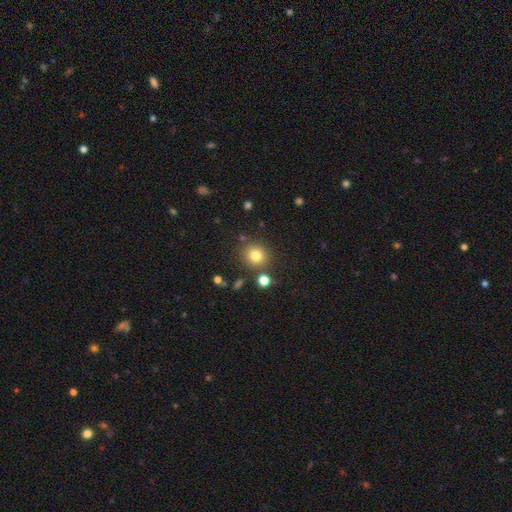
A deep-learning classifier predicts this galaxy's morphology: Smooth or featured: smooth — 80% (star or artifact — 13%)
How rounded: round — 85% (in between — 14%)
Merging: none — 81% (minor disturbance — 9%)